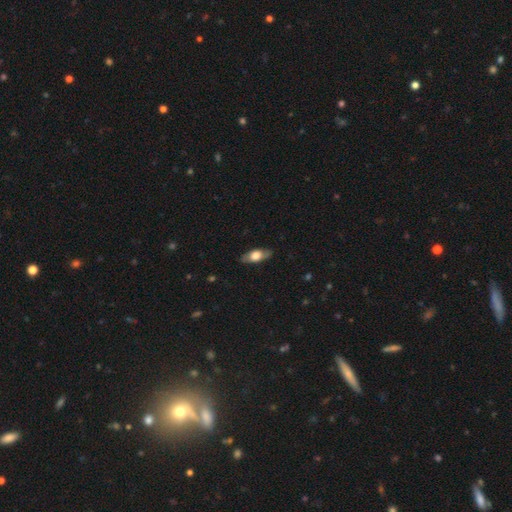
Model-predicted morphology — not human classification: Overall: smooth (55%; featured or disk 40%). How rounded: in between (77%). Merging: none (83%).